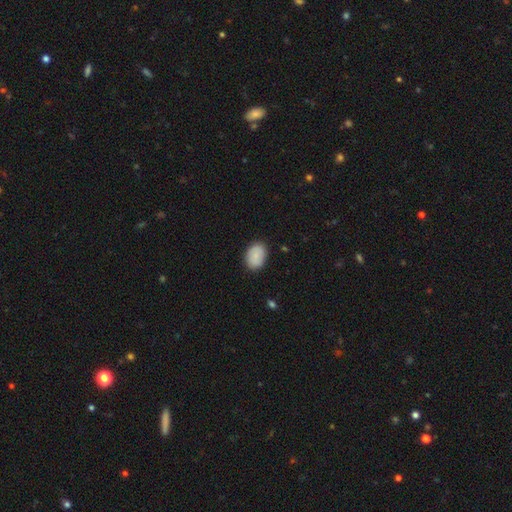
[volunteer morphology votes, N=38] A smooth galaxy with no disk features (79%) that is in between round and cigar-shaped (97%).

Vote fractions:
- Smooth or featured? smooth: 79% / featured or disk: 13% / star or artifact: 8%
- How rounded? in between: 97% / round: 3% / cigar-shaped: 0%
- Merging? none: 86% / minor disturbance: 11% / major disturbance: 3% / merger: 0%